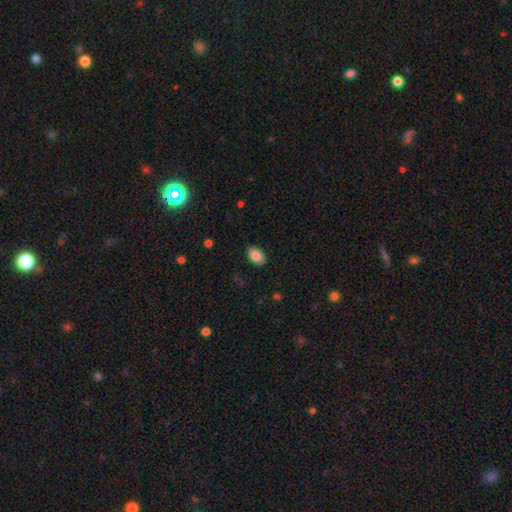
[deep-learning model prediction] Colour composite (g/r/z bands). It shows a smooth galaxy with no disk features (86%) that is in between round and cigar-shaped (89%). Merging: none (86%).